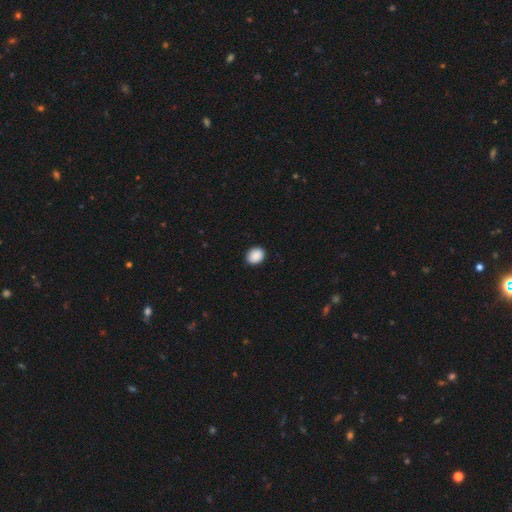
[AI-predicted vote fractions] This is clearly a smooth galaxy (90%). How rounded: possibly in between (52%). Merging: clearly none (90%).